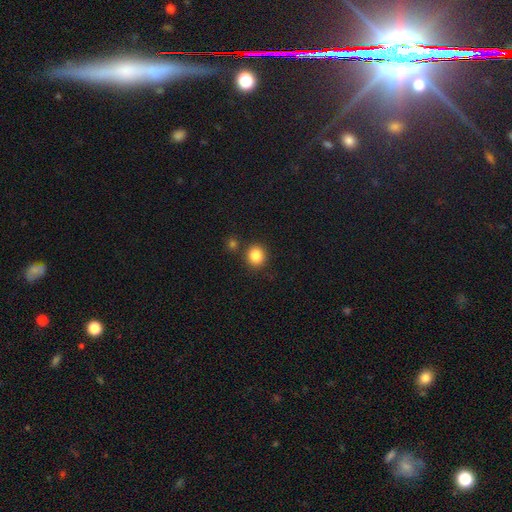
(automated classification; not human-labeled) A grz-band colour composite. It shows a smooth galaxy with no disk features (86%) that is round (84%). Merging: none (80%).